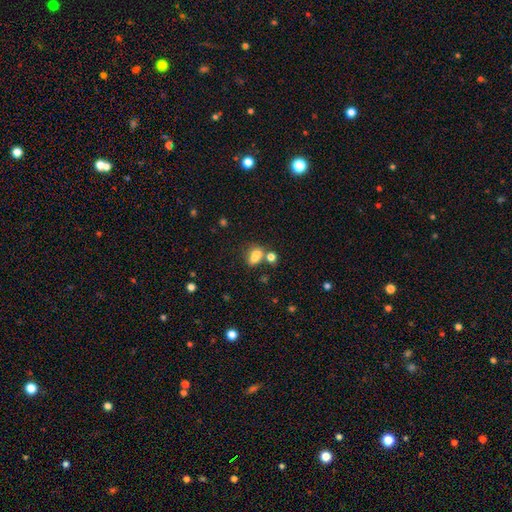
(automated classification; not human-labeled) A smooth galaxy with no disk features (75%) that is in between round and cigar-shaped (73%). Merging: merger (45%).